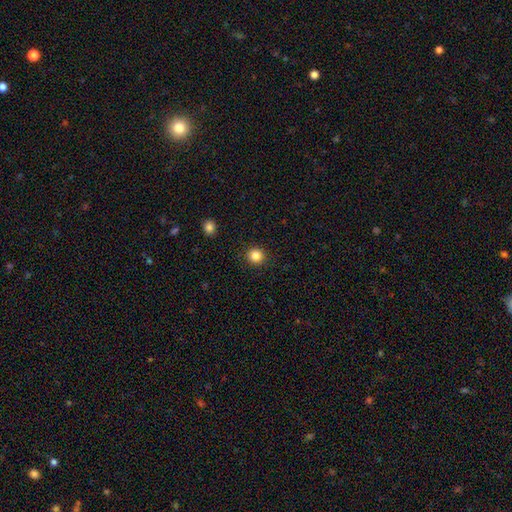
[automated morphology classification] This appears to be a smooth galaxy with no disk features (84%) that is round (94%). Merging: none (92%).